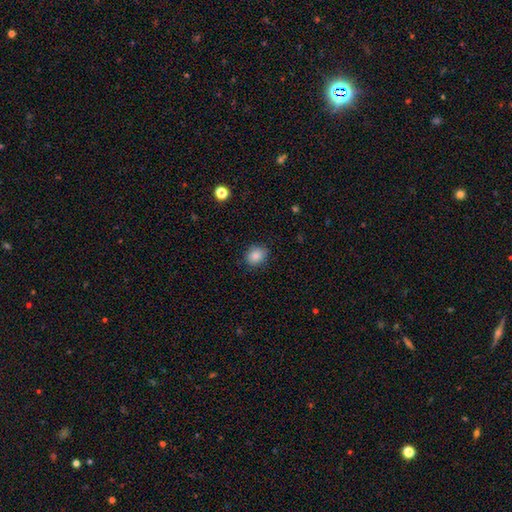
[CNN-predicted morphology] A smooth galaxy with no disk features (86%) that is round (61%). Merging: none (84%).